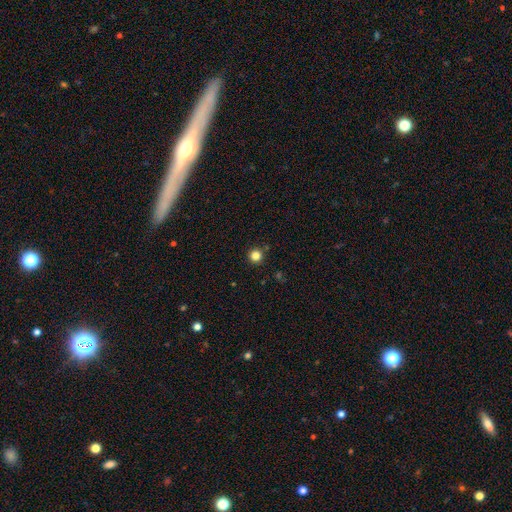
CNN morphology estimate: Smooth or featured: smooth — 83% (star or artifact — 13%)
How rounded: round — 96% (in between — 3%)
Merging: none — 91% (minor disturbance — 5%)